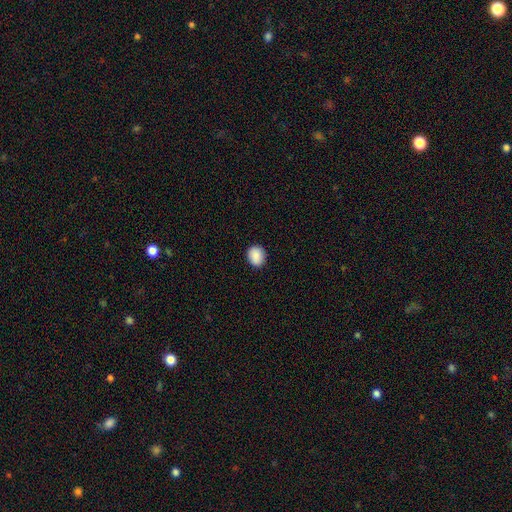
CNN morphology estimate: Smooth or featured? Predicted: smooth (p=0.89). How rounded? Predicted: round (p=0.66). Merging? Predicted: none (p=0.89).